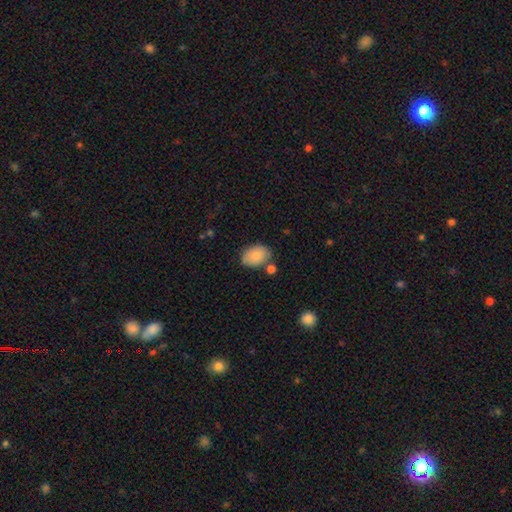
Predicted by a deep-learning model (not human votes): This appears to be a smooth galaxy with no disk features (85%) that is in between round and cigar-shaped (84%). Merging: none (73%).